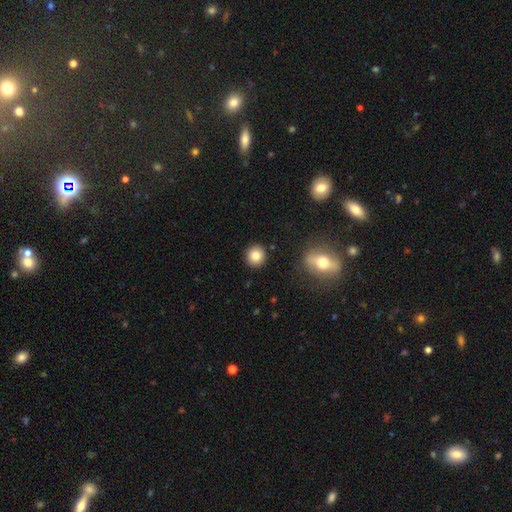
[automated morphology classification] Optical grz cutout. It shows a smooth galaxy with no disk features (82%) that is round (91%). Merging: none (91%).